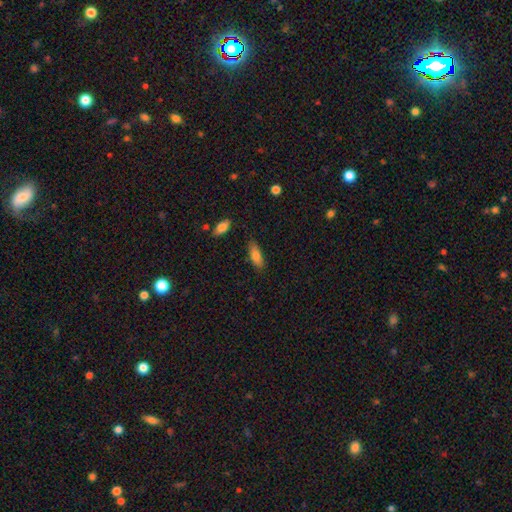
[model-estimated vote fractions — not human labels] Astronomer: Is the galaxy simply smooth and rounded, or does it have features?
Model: smooth — 80%.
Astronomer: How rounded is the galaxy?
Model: in between — 68%.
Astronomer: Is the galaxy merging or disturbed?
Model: none — 82%.